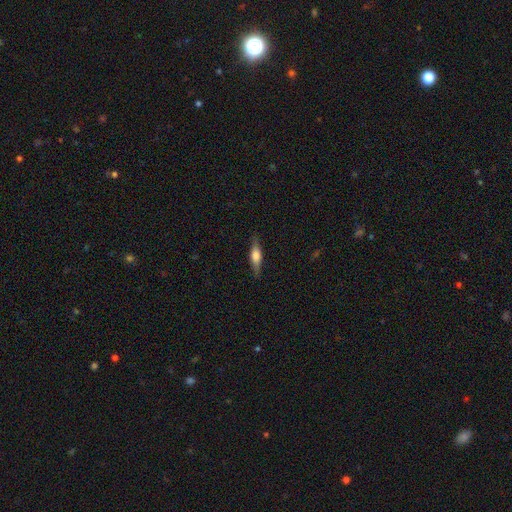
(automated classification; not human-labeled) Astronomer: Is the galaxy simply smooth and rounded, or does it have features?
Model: featured or disk — 51% (runner-up: smooth, 43%).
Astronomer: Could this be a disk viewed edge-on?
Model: yes — 94%.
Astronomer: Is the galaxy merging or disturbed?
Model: none — 85%.